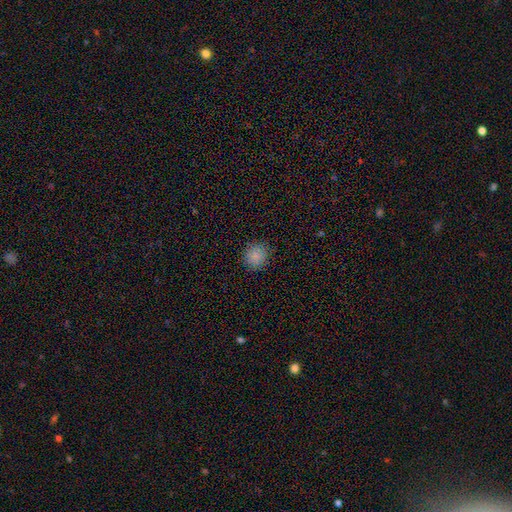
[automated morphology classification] Smooth or featured: smooth — 85% (star or artifact — 11%)
How rounded: round — 86% (in between — 13%)
Merging: none — 89% (minor disturbance — 8%)